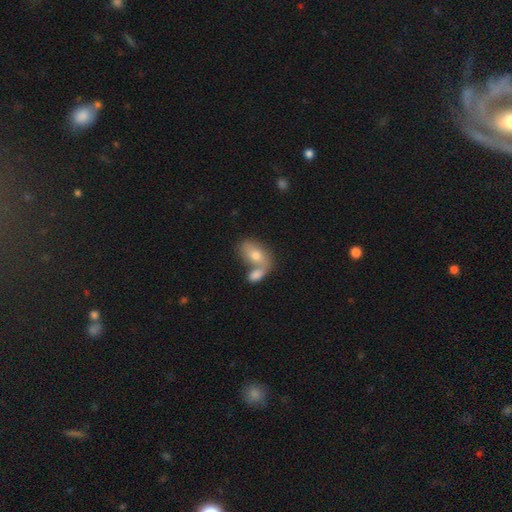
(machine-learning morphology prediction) Smooth or featured? smooth (69%)
How rounded? in between (87%)
Merging? merger (57%)